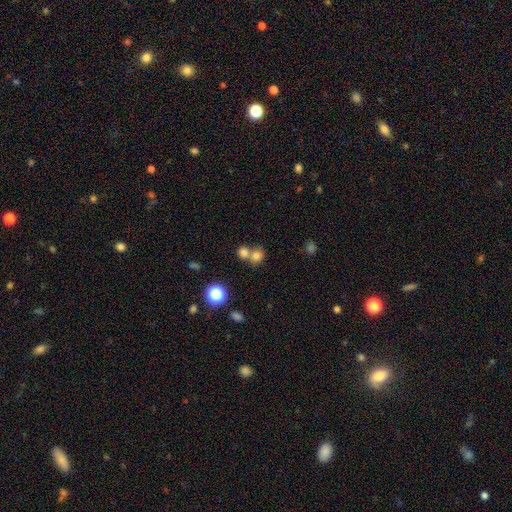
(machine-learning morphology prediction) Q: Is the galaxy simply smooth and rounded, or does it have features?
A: smooth — 76%.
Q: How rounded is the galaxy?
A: round — 77%.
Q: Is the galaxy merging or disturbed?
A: merger — 48%.